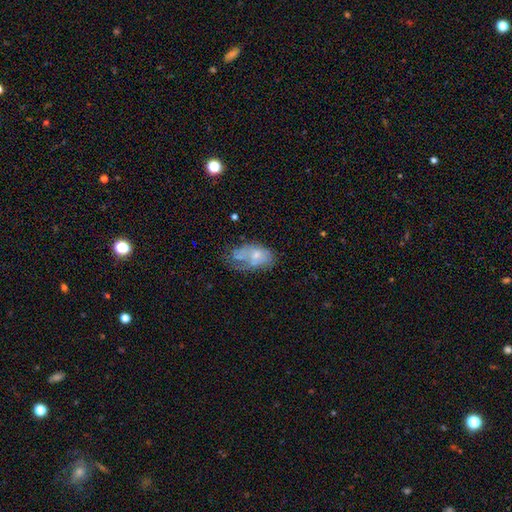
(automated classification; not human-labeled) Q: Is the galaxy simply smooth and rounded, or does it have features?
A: smooth — 48%.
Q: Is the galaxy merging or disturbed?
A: none — 31%.